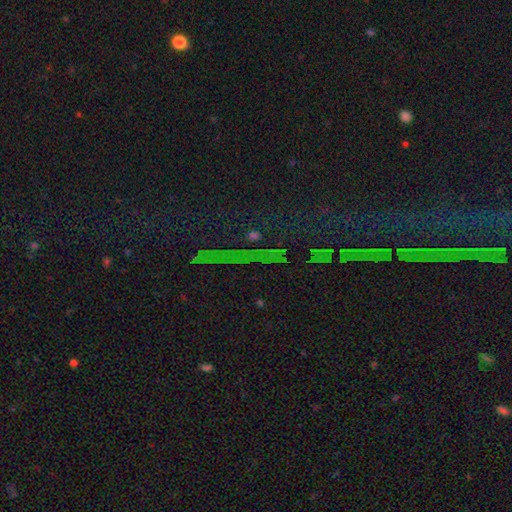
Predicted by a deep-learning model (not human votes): Smooth or featured: star or artifact — 80% (featured or disk — 10%)